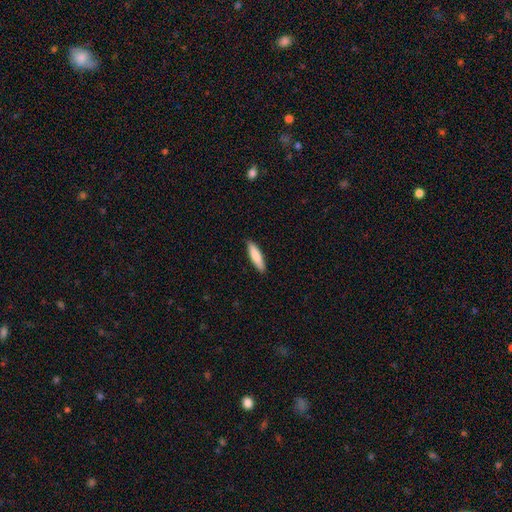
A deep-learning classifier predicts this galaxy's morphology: A smooth galaxy with no disk features (82%) that is cigar-shaped (74%).

Vote fractions:
- Smooth or featured? smooth: 82% / featured or disk: 13% / star or artifact: 5%
- How rounded? cigar-shaped: 74% / in between: 25% / round: 1%
- Merging? none: 89% / minor disturbance: 8% / major disturbance: 2% / merger: 1%